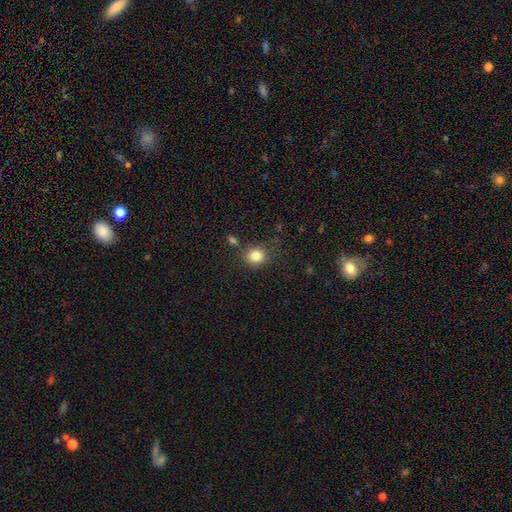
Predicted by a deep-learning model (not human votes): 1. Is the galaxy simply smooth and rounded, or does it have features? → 84% smooth, 11% star or artifact, 5% featured or disk.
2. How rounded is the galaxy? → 84% round, 15% in between, 1% cigar-shaped.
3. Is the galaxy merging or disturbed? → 79% none, 11% minor disturbance, 6% merger, 4% major disturbance.